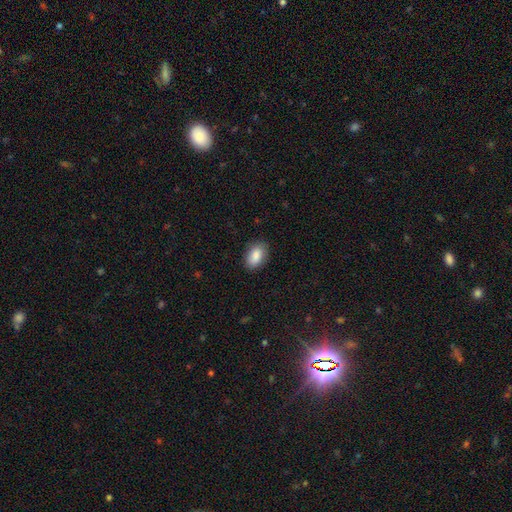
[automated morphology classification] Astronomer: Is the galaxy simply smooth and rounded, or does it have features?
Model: smooth — 85%.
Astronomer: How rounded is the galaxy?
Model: in between — 90%.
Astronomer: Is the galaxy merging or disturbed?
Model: none — 86%.